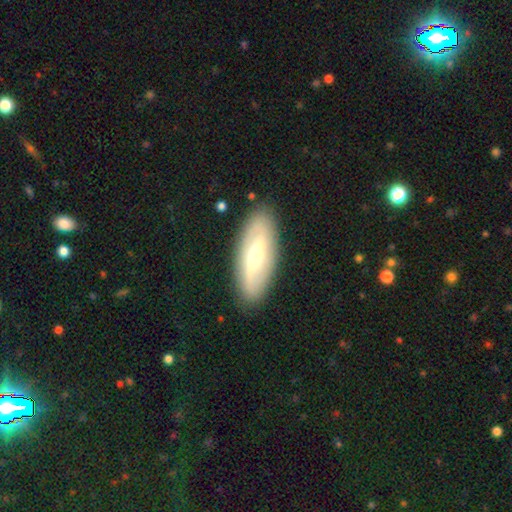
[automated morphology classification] A featured or disk galaxy (67%) with a weak bar (40%), spiral arms (68%) and a moderate central bulge (63%). Merging: none (87%).